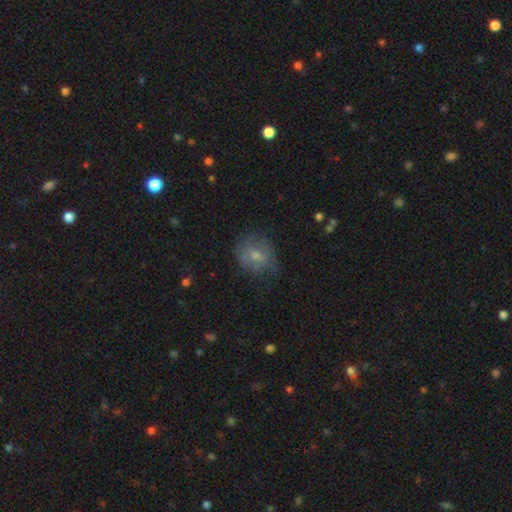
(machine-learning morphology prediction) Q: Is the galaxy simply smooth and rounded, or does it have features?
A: smooth — 61%.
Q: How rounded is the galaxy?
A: round — 67%.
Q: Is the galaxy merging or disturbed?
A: none — 54%.